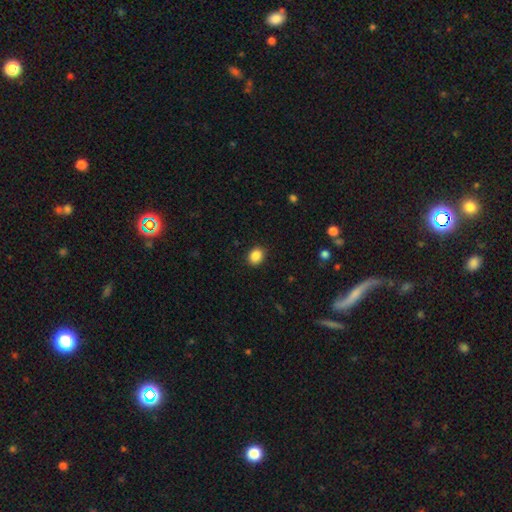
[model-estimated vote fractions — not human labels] Smooth or featured? smooth (88%)
How rounded? in between (56%)
Merging? none (89%)